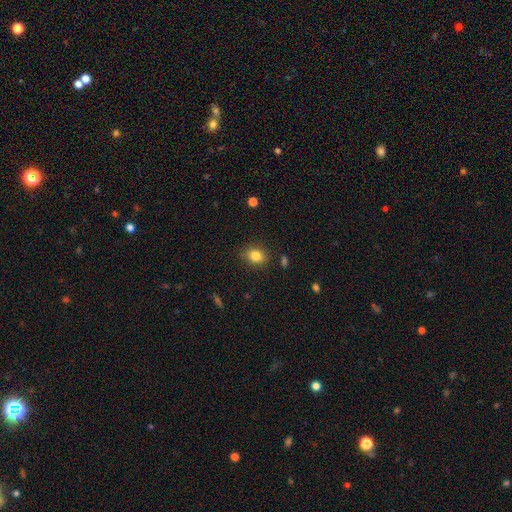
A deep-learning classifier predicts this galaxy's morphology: Smooth or featured? Predicted: smooth (p=0.82). How rounded? Predicted: round (p=0.53). Merging? Predicted: none (p=0.84).